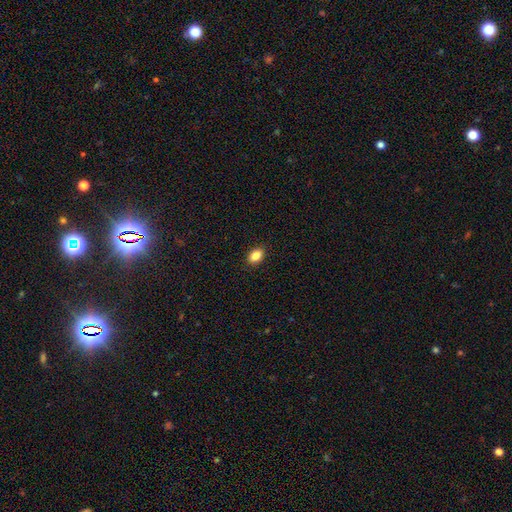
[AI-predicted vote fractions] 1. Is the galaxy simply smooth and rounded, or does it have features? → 87% smooth, 8% star or artifact, 5% featured or disk.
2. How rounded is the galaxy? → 86% in between, 12% round, 2% cigar-shaped.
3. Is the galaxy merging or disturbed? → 89% none, 8% minor disturbance, 2% major disturbance, 1% merger.